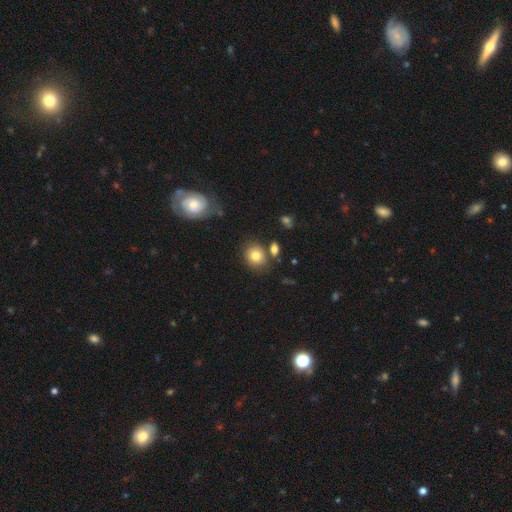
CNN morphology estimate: Smooth or featured?
  - smooth: 80% *
  - star or artifact: 10%
  - featured or disk: 10%
How rounded?
  - round: 72% *
  - in between: 27%
  - cigar-shaped: 1%
Merging?
  - none: 74% *
  - minor disturbance: 11%
  - merger: 11%
  - major disturbance: 4%